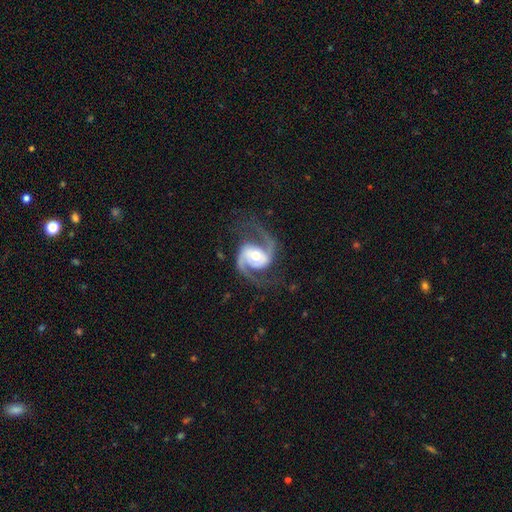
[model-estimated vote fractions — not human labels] This appears to be a featured or disk galaxy (92%) with no bar (50%), 2 (94%) medium (58%) spiral arms (98%) and a moderate central bulge (70%). Merging: none (75%).